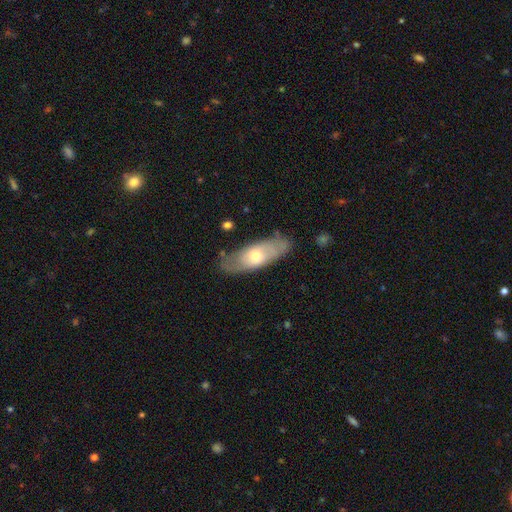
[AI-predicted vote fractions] A smooth galaxy with no disk features (50%) that is in between round and cigar-shaped (70%).

Vote fractions:
- Smooth or featured? smooth: 50% / featured or disk: 44% / star or artifact: 6%
- How rounded? in between: 70% / cigar-shaped: 28% / round: 3%
- Merging? none: 74% / minor disturbance: 19% / major disturbance: 5% / merger: 2%